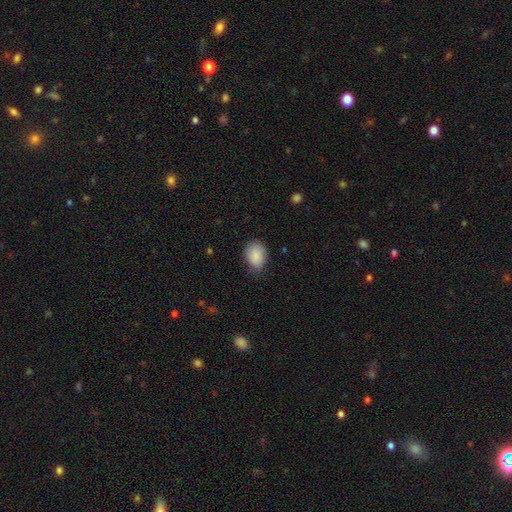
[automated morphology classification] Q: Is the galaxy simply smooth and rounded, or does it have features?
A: smooth — 88%.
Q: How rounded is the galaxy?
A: in between — 71%.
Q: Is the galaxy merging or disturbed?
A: none — 67%.